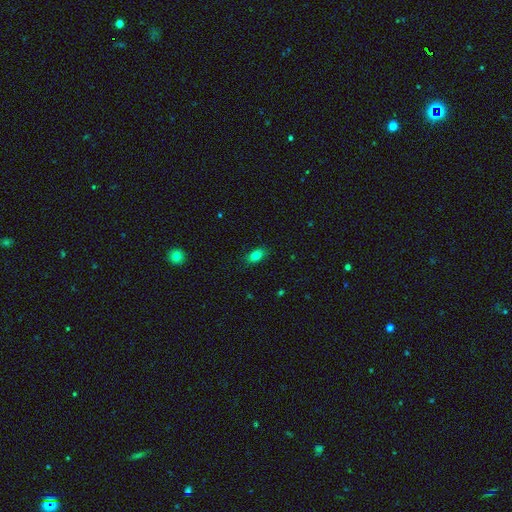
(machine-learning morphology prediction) Smooth or featured? smooth (80%)
How rounded? in between (84%)
Merging? none (85%)